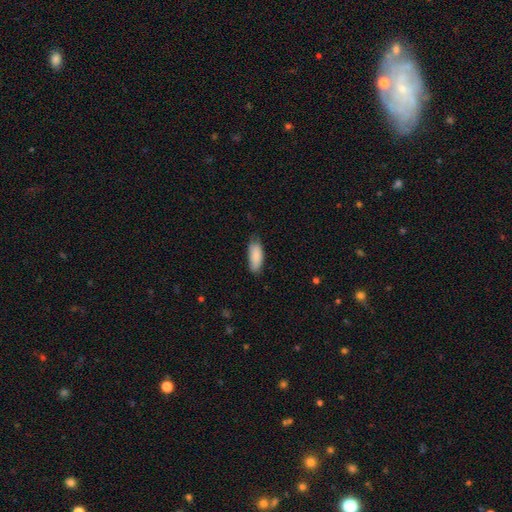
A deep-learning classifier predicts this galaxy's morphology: Overall: smooth (87%). How rounded: in between (80%). Merging: none (68%).